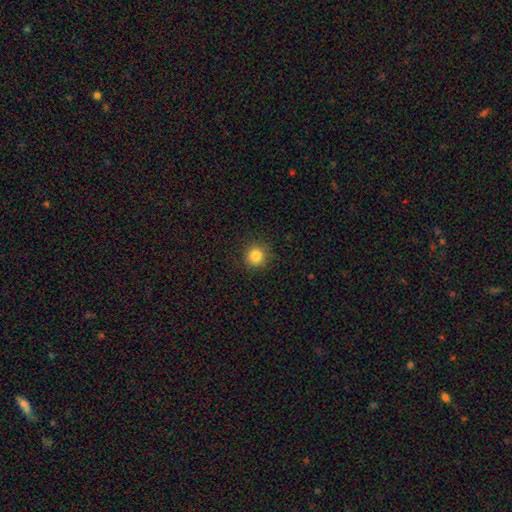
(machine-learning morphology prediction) smooth-or-featured: smooth: 84% | star or artifact: 11% | featured or disk: 5%
  how-rounded: round: 93% | in between: 6% | cigar-shaped: 1%
  merging: none: 89% | minor disturbance: 7% | major disturbance: 2% | merger: 1%